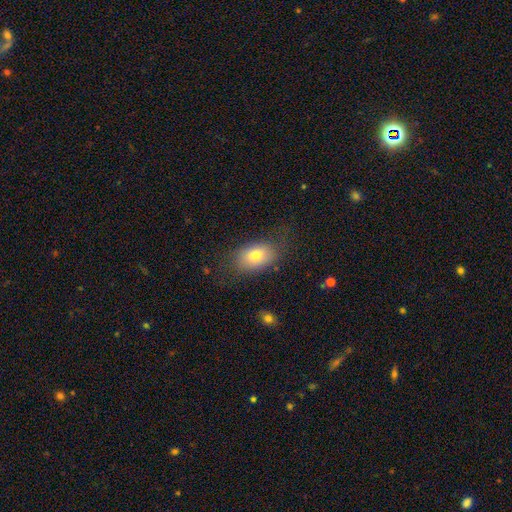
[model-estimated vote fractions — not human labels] smooth-or-featured: smooth: 76% | featured or disk: 15% | star or artifact: 9%
  how-rounded: in between: 87% | round: 12% | cigar-shaped: 2%
  merging: none: 72% | minor disturbance: 17% | major disturbance: 9% | merger: 1%